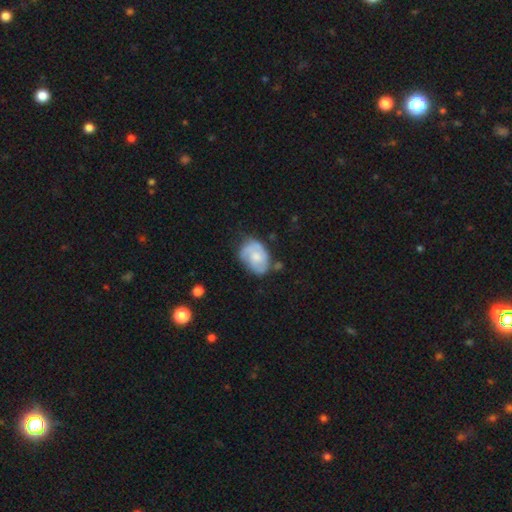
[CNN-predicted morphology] This is possibly a featured or disk galaxy (47%). Merging: possibly none (50%).